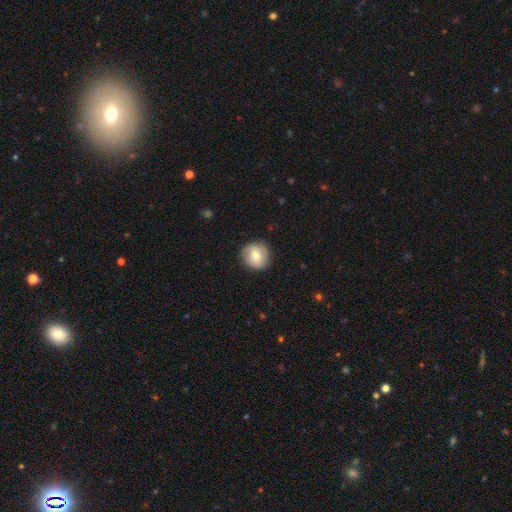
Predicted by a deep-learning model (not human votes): A smooth galaxy with no disk features (64%) that is round (90%). Merging: none (86%).